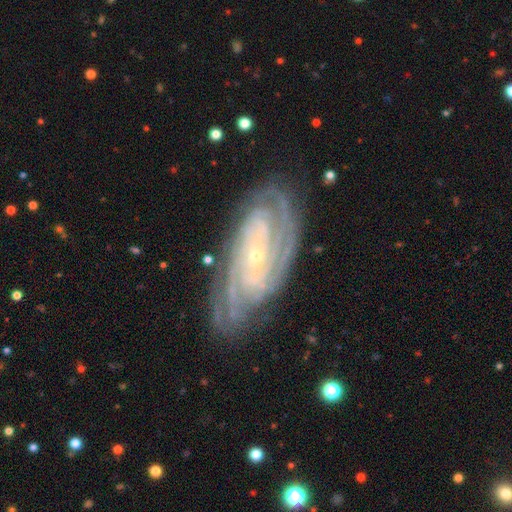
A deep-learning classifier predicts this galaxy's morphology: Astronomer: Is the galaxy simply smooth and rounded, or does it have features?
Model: featured or disk — 89%.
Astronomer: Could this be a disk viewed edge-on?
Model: no — 94%.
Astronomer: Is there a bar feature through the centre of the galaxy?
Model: no — 65%.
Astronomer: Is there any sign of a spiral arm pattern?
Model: yes — 98%.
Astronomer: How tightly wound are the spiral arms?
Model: tight — 75%.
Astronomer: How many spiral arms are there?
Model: can't tell — 24% (runner-up: 3, 22%).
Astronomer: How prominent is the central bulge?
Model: small — 83%.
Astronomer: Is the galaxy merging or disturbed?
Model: none — 79%.